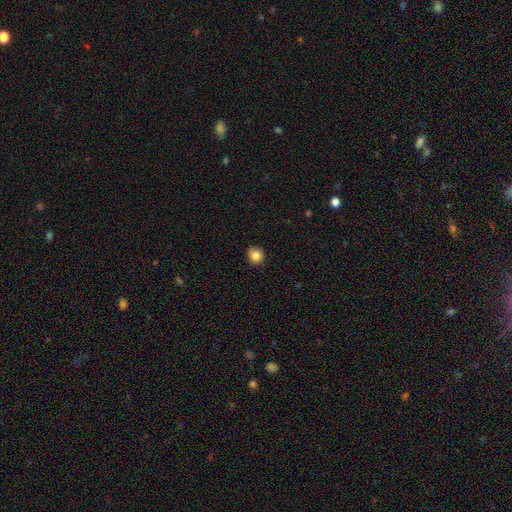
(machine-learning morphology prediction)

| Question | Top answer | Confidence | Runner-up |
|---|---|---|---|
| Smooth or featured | smooth | 84% | star or artifact (10%) |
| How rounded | round | 87% | in between (12%) |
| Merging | none | 88% | minor disturbance (9%) |